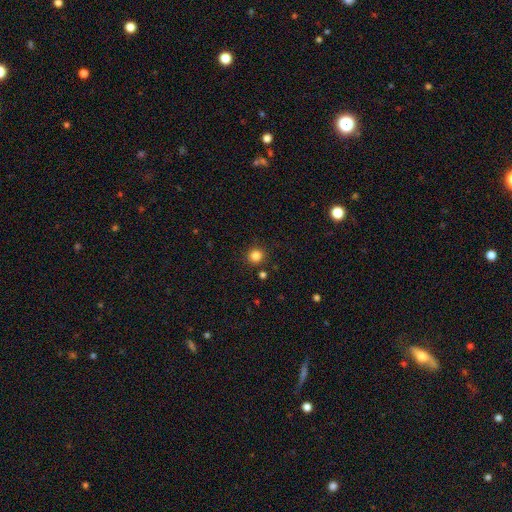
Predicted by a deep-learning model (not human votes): smooth 84%, star or artifact 13%, featured or disk 4%. Down the decision tree: how rounded — round (92%); merging — none (89%).